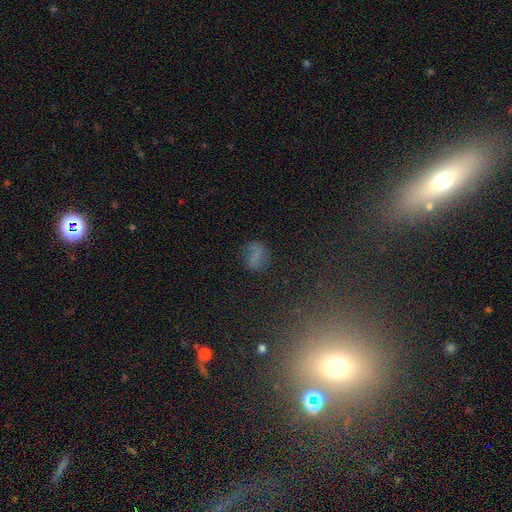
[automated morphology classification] smooth-or-featured: smooth: 63% | star or artifact: 23% | featured or disk: 15%
  how-rounded: in between: 62% | round: 34% | cigar-shaped: 4%
  merging: none: 67% | minor disturbance: 20% | major disturbance: 10% | merger: 3%